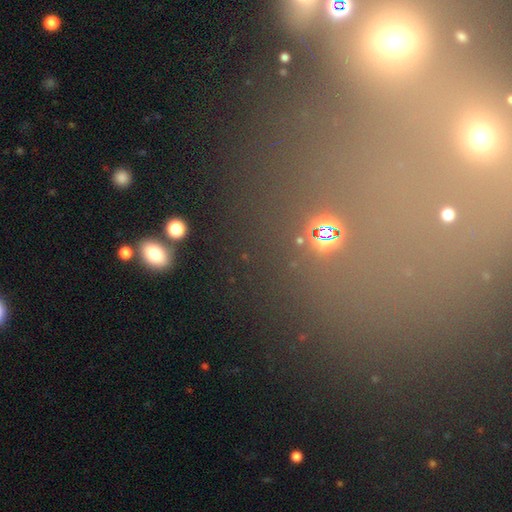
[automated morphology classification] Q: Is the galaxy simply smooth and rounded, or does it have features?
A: star or artifact — 62%.